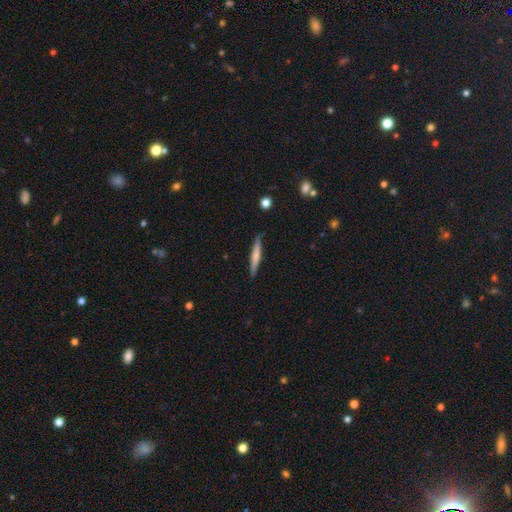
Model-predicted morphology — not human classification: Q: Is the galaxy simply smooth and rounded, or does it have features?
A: smooth — 63%.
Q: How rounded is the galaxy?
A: cigar-shaped — 94%.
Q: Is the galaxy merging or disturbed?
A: none — 86%.